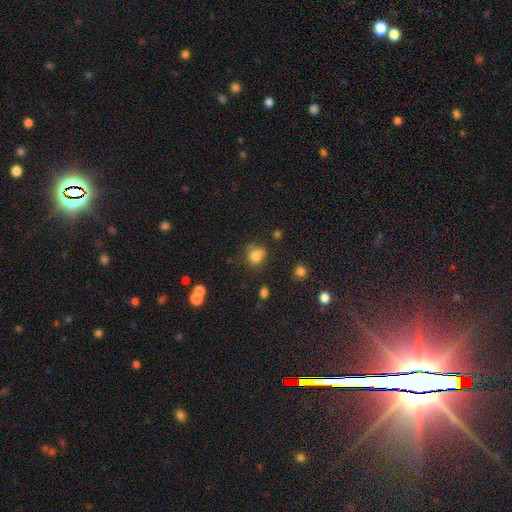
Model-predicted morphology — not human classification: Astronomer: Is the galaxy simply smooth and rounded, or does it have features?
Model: smooth — 80%.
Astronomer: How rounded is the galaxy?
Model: round — 75%.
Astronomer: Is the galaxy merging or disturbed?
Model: none — 62%.